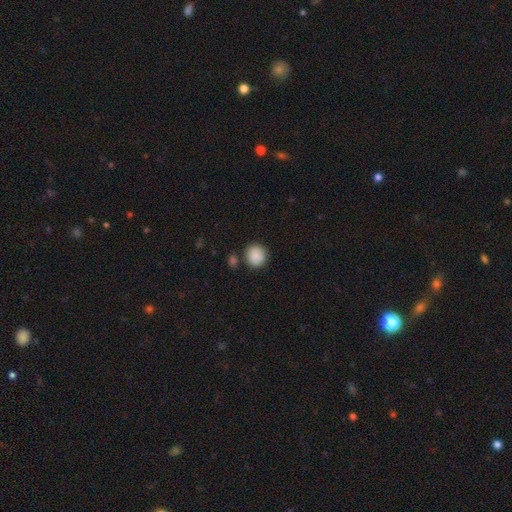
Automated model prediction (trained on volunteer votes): Smooth or featured: smooth — 88% (star or artifact — 8%)
How rounded: round — 86% (in between — 13%)
Merging: none — 78% (minor disturbance — 12%)